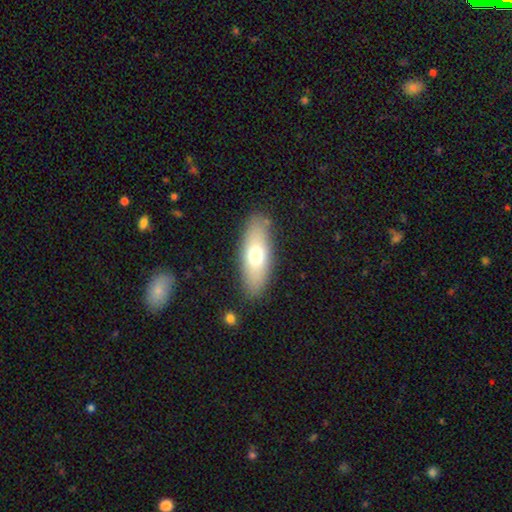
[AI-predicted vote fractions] The model was most divided on "smooth or featured": smooth: 66%, featured or disk: 27%, star or artifact: 7%. More confident: merging — none (84%); how rounded — in between (70%).